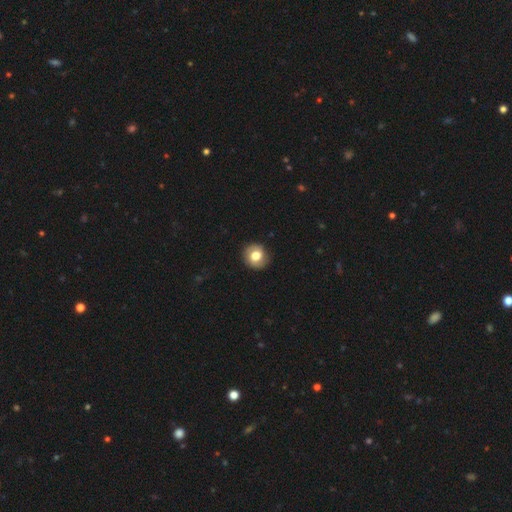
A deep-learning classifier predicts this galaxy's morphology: Smooth or featured?
  - smooth: 63% *
  - featured or disk: 29%
  - star or artifact: 8%
How rounded?
  - round: 82% *
  - in between: 17%
  - cigar-shaped: 1%
Merging?
  - none: 85% *
  - minor disturbance: 11%
  - major disturbance: 3%
  - merger: 1%